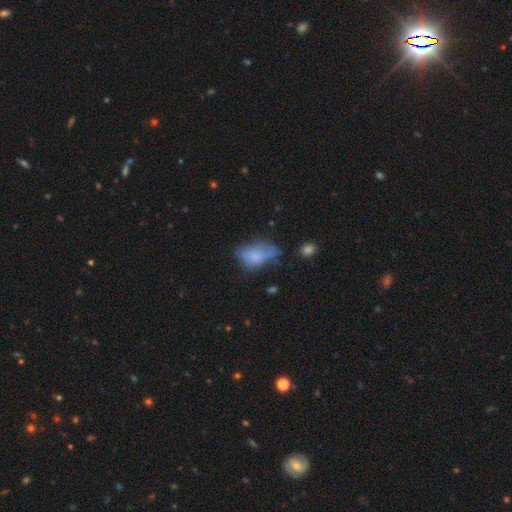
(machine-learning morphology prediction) Q: Smooth or featured?
A: smooth (70%); runner-up: featured or disk (19%)
Q: How rounded?
A: in between (86%); runner-up: round (9%)
Q: Merging?
A: minor disturbance (36%); runner-up: none (30%)